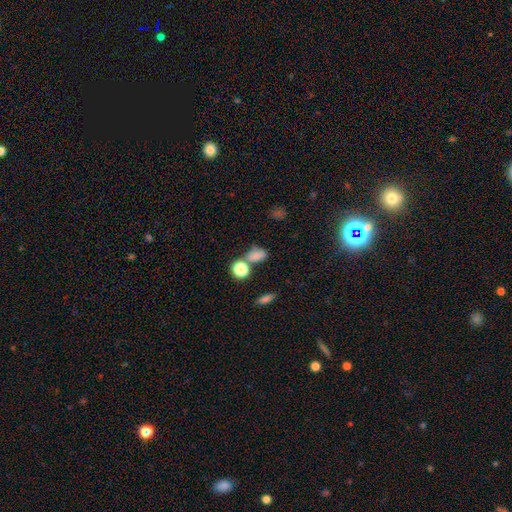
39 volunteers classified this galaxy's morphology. Smooth or featured?
  - smooth: 82% *
  - star or artifact: 10%
  - featured or disk: 8%
How rounded?
  - in between: 81% *
  - round: 16%
  - cigar-shaped: 3%
Merging?
  - none: 74% *
  - merger: 17%
  - minor disturbance: 6%
  - major disturbance: 3%